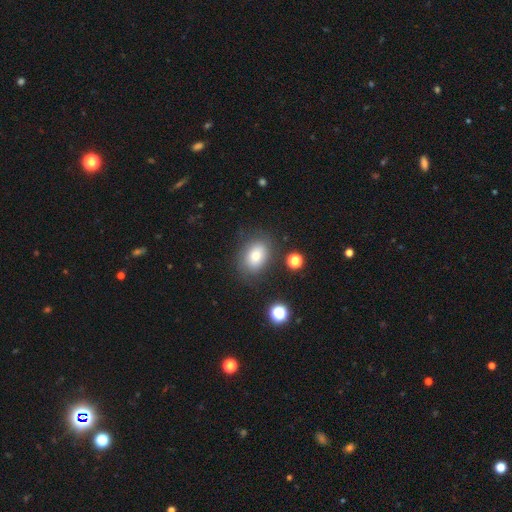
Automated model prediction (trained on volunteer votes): smooth-or-featured: smooth: 74% | featured or disk: 15% | star or artifact: 11%
  how-rounded: in between: 70% | round: 29% | cigar-shaped: 1%
  merging: none: 76% | minor disturbance: 15% | major disturbance: 6% | merger: 3%